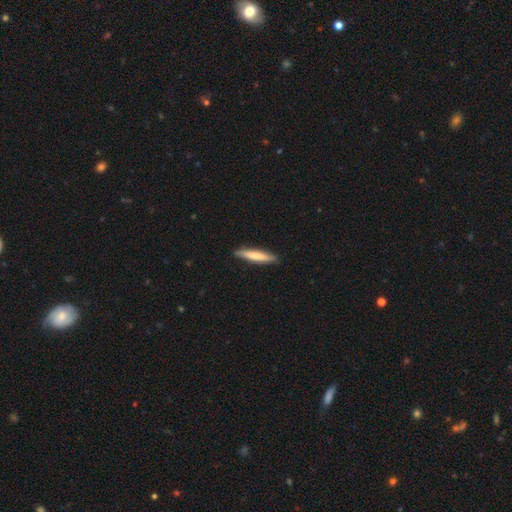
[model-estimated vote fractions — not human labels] Q: Smooth or featured?
A: smooth (68%); runner-up: featured or disk (27%)
Q: How rounded?
A: cigar-shaped (90%); runner-up: in between (8%)
Q: Merging?
A: none (89%); runner-up: minor disturbance (8%)